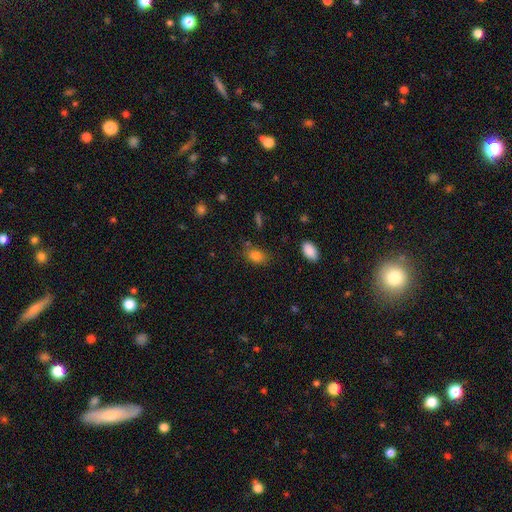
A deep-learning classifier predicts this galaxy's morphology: Smooth or featured? smooth (82%)
How rounded? in between (79%)
Merging? none (74%)